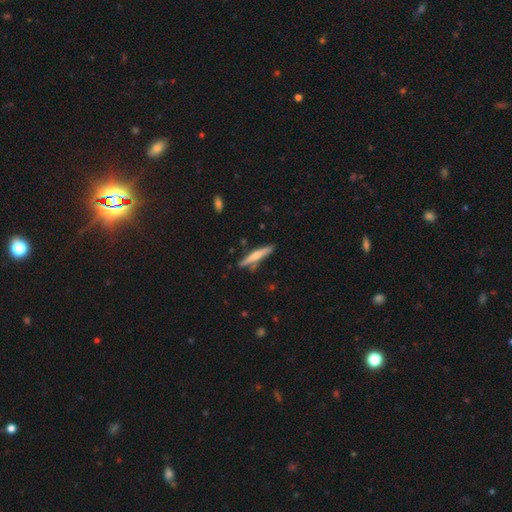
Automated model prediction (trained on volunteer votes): Morphology: type=smooth (50%); roundness=cigar-shaped (92%); merging=none (81%).